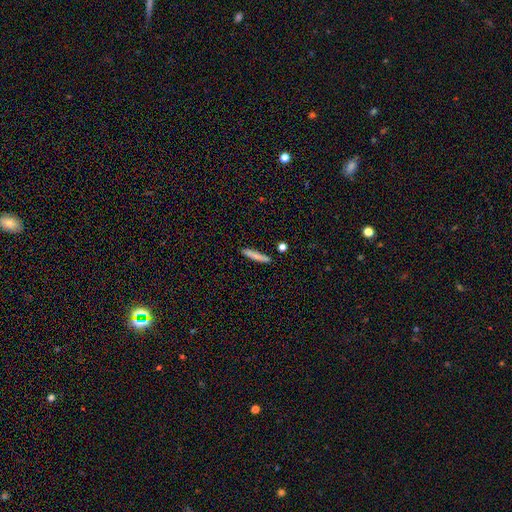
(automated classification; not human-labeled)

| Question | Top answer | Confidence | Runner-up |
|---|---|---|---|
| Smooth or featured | smooth | 80% | featured or disk (13%) |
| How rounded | cigar-shaped | 91% | in between (8%) |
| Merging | none | 85% | minor disturbance (10%) |